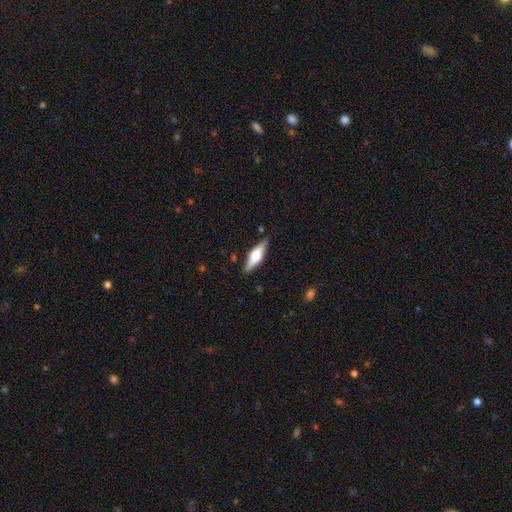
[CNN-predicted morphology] The model was most divided on "smooth or featured": featured or disk: 55%, smooth: 39%, star or artifact: 6%. More confident: edge-on disk — yes (94%); edge-on bulge — rounded (92%); merging — none (86%).